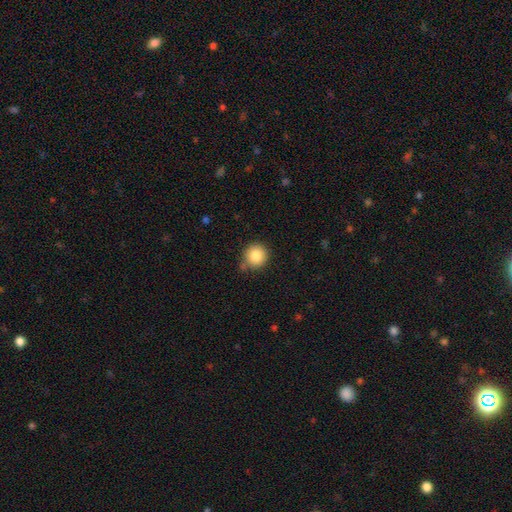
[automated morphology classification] Overall: smooth (85%). How rounded: round (92%). Merging: none (78%).